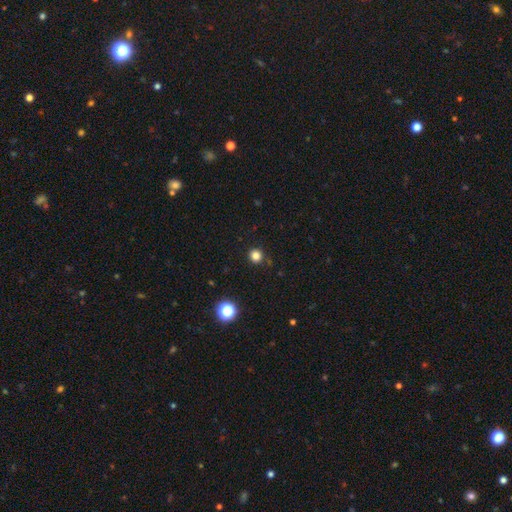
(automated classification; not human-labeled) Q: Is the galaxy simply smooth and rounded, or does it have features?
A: smooth — 82%.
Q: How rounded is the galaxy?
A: round — 94%.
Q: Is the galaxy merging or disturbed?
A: none — 90%.